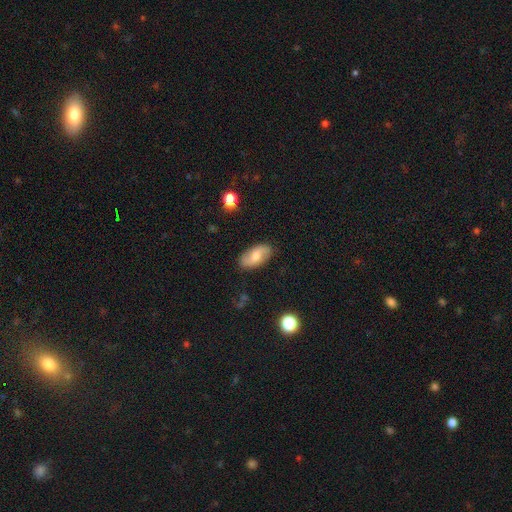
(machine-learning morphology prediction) Smooth or featured? smooth (49%)
Merging? none (84%)